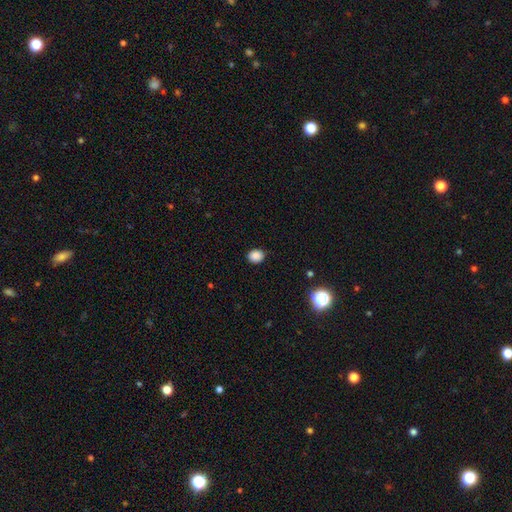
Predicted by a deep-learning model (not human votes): Overall: smooth (86%). How rounded: round (63%; in between 36%). Merging: none (88%).